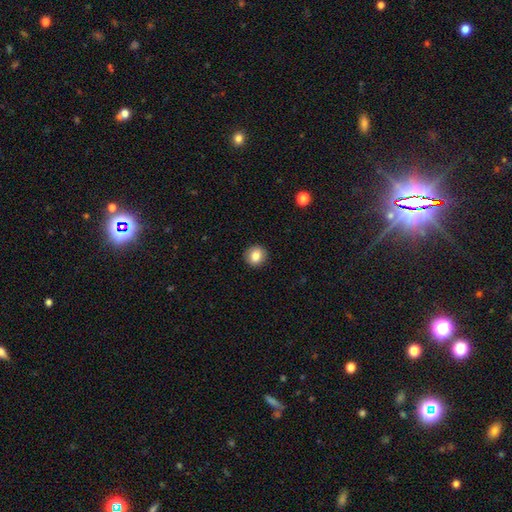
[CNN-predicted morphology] type=smooth (82%); roundness=round (84%); merging=none (91%).